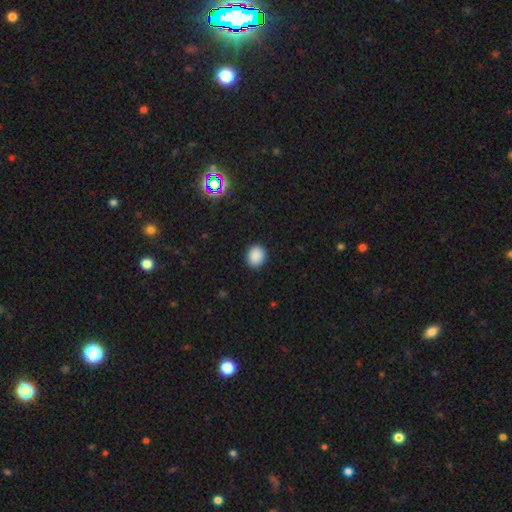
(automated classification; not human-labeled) Overall: smooth (88%). How rounded: round (72%). Merging: none (90%).